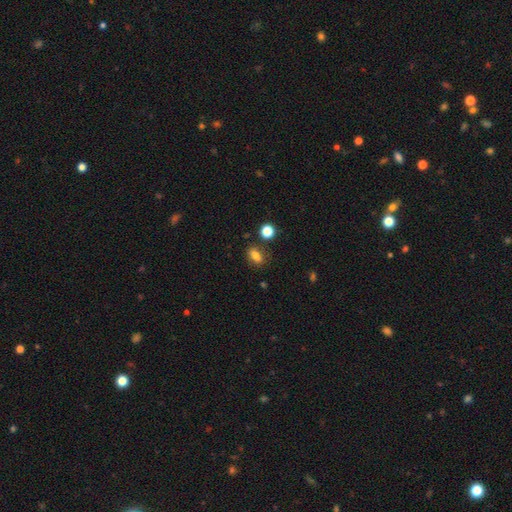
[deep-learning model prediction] A smooth galaxy with no disk features (79%) that is in between round and cigar-shaped (77%). Merging: none (78%).